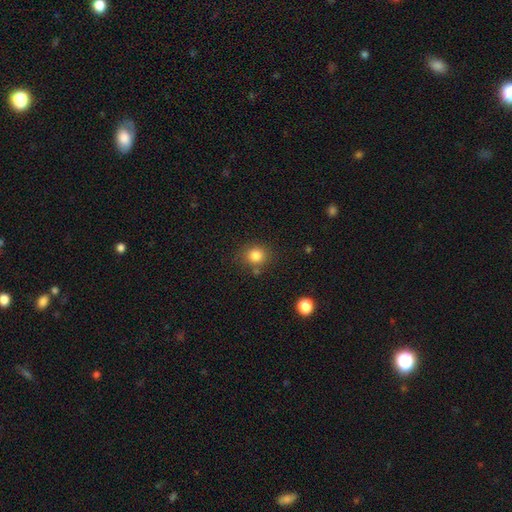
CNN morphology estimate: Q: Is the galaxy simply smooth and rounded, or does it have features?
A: smooth — 82%.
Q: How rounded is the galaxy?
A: round — 81%.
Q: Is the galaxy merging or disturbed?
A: none — 77%.